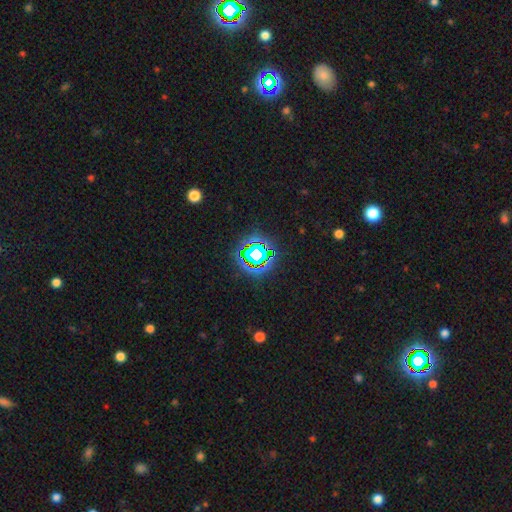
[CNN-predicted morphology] Smooth or featured? star or artifact (81%)